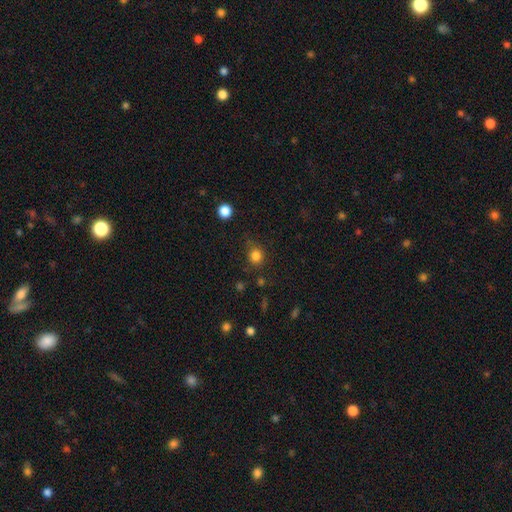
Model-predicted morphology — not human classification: A smooth galaxy with no disk features (82%) that is round (86%). Merging: none (76%).